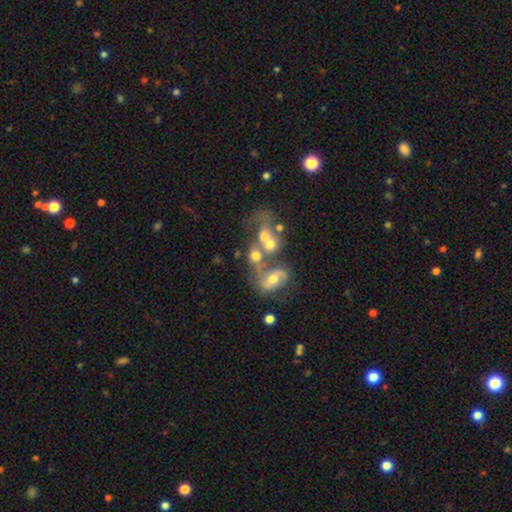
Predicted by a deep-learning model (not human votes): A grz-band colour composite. It shows a smooth galaxy with no disk features (44%). Merging: merger (59%).